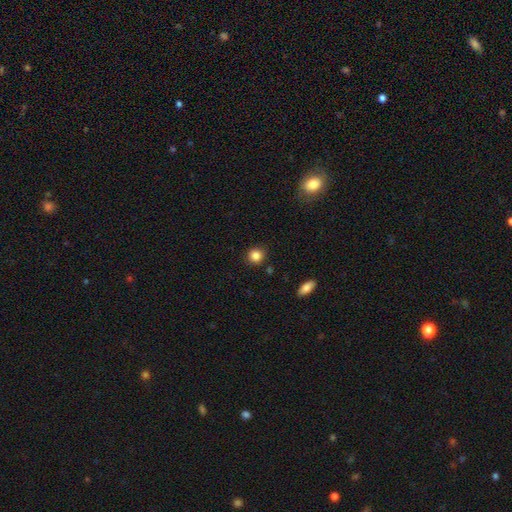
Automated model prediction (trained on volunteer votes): smooth-or-featured: smooth: 85% | star or artifact: 10% | featured or disk: 4%
  how-rounded: round: 89% | in between: 10% | cigar-shaped: 1%
  merging: none: 88% | minor disturbance: 8% | merger: 2% | major disturbance: 2%